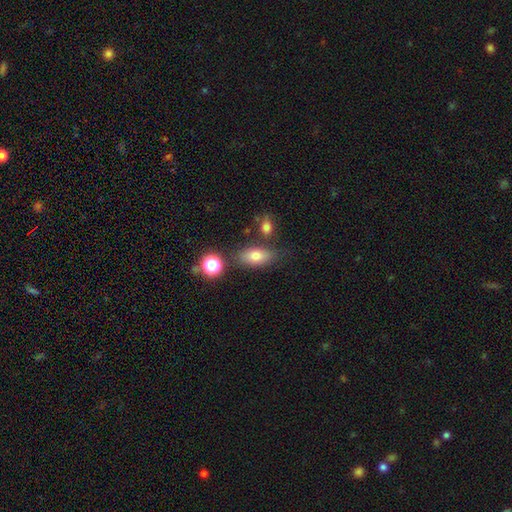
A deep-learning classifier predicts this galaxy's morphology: Q: Smooth or featured?
A: smooth (74%); runner-up: featured or disk (14%)
Q: How rounded?
A: in between (85%); runner-up: round (9%)
Q: Merging?
A: none (74%); runner-up: minor disturbance (14%)